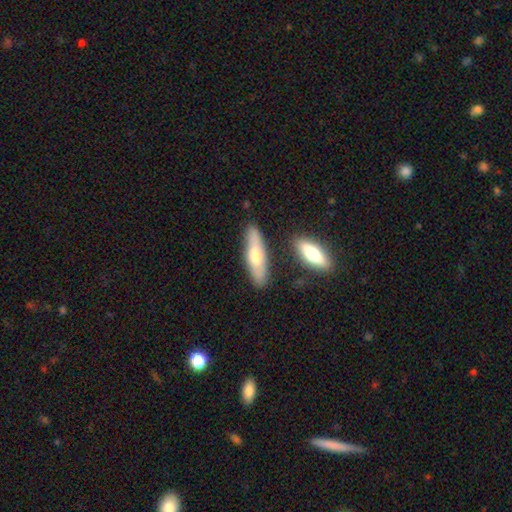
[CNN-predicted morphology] Overall: smooth (59%; featured or disk 36%). How rounded: cigar-shaped (58%; in between 40%). Merging: none (82%).